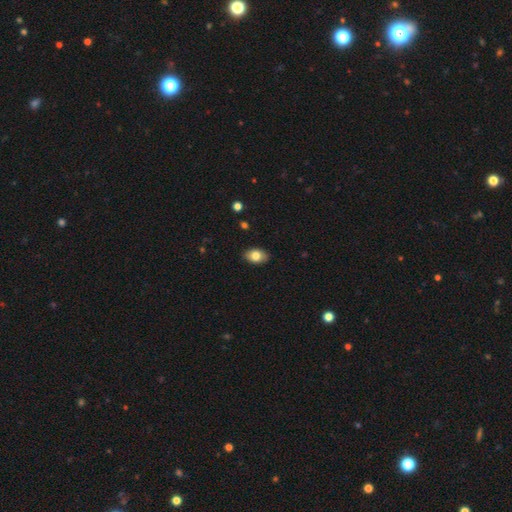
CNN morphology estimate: Smooth or featured? Predicted: smooth (p=0.80). How rounded? Predicted: in between (p=0.88). Merging? Predicted: none (p=0.88).